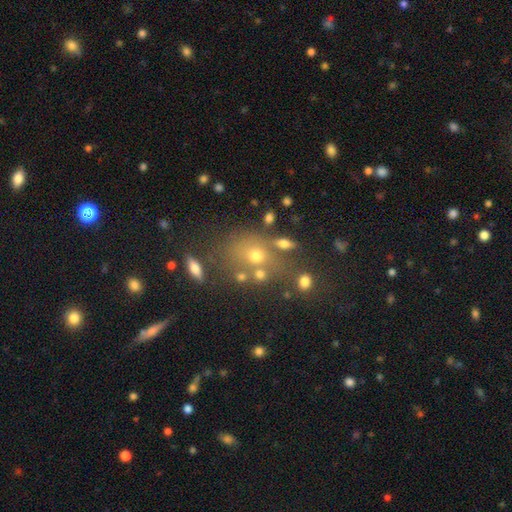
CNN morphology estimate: Overall: smooth (59%; featured or disk 21%). How rounded: round (58%; in between 40%). Merging: none (52%; merger 26%).